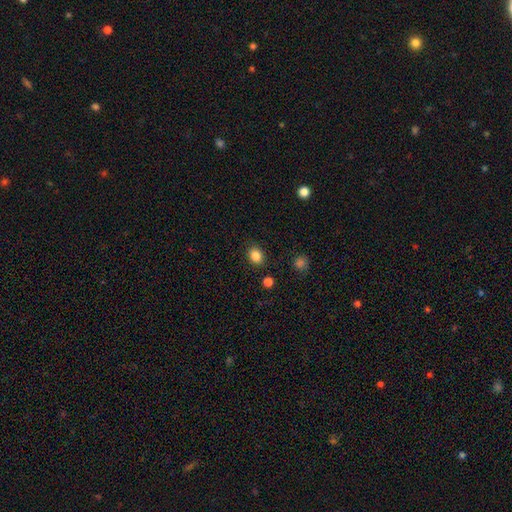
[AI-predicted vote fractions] smooth_or_featured: smooth (p=0.86) [alt: star or artifact p=0.10]
how_rounded: in between (p=0.56) [alt: round p=0.43]
merging: none (p=0.85) [alt: minor disturbance p=0.10]